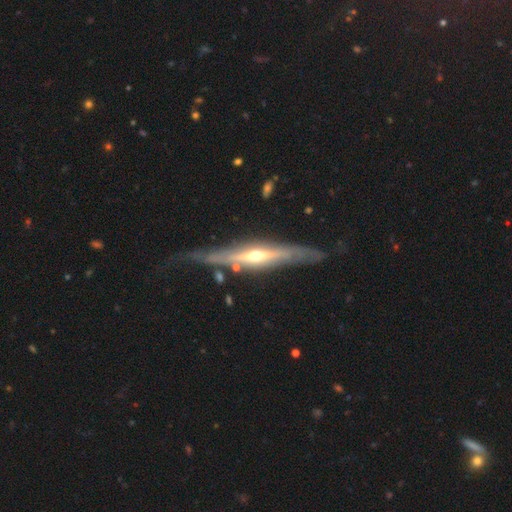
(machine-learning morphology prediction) Smooth or featured?
  - featured or disk: 82% *
  - smooth: 13%
  - star or artifact: 5%
Edge-on disk?
  - yes: 88% *
  - no: 12%
Edge-on bulge?
  - rounded: 86% *
  - none: 11%
  - boxy: 4%
Merging?
  - none: 72% *
  - minor disturbance: 18%
  - major disturbance: 7%
  - merger: 3%